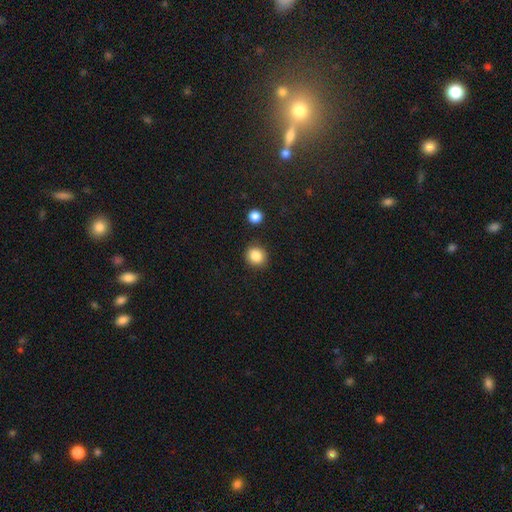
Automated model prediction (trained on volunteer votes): Overall: smooth (86%). How rounded: round (82%). Merging: none (87%).